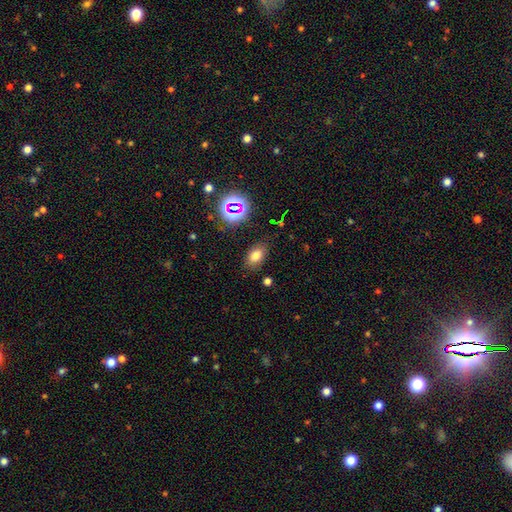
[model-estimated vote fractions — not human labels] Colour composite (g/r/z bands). It shows a smooth galaxy with no disk features (73%) that is in between round and cigar-shaped (85%). Merging: none (82%).